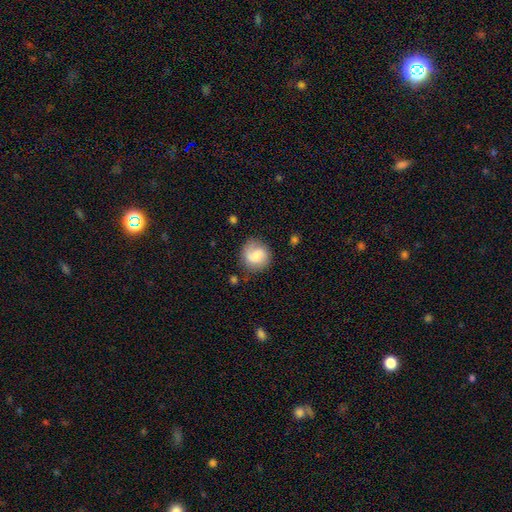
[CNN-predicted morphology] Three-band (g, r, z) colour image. It shows a smooth galaxy with no disk features (62%) that is round (88%). Merging: none (76%).